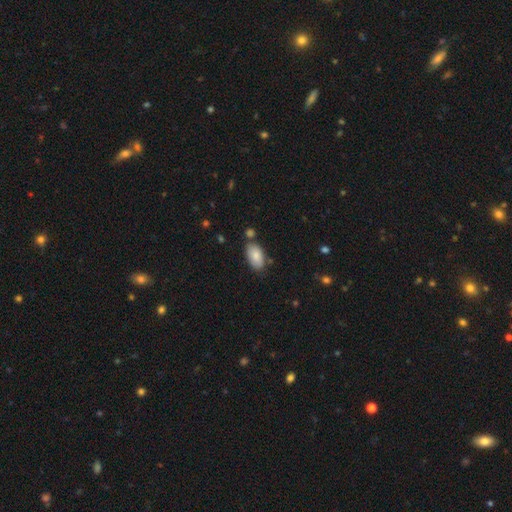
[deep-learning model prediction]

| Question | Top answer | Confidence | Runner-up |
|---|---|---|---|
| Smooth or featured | smooth | 85% | featured or disk (9%) |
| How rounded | in between | 95% | round (3%) |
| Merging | none | 73% | minor disturbance (16%) |